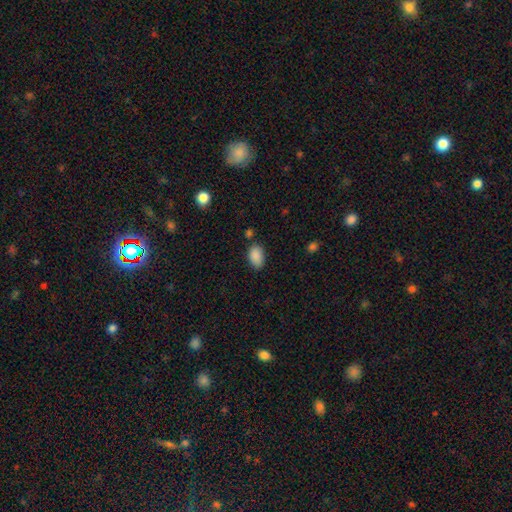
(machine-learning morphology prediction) Smooth or featured? smooth (89%)
How rounded? in between (88%)
Merging? none (75%)